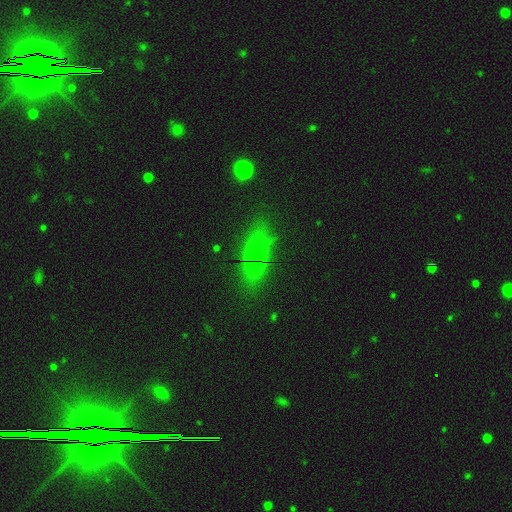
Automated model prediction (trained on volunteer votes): A smooth galaxy with no disk features (60%) that is in between round and cigar-shaped (54%).

Vote fractions:
- Smooth or featured? smooth: 60% / featured or disk: 20% / star or artifact: 20%
- How rounded? in between: 54% / cigar-shaped: 37% / round: 8%
- Merging? none: 75% / minor disturbance: 15% / major disturbance: 6% / merger: 4%